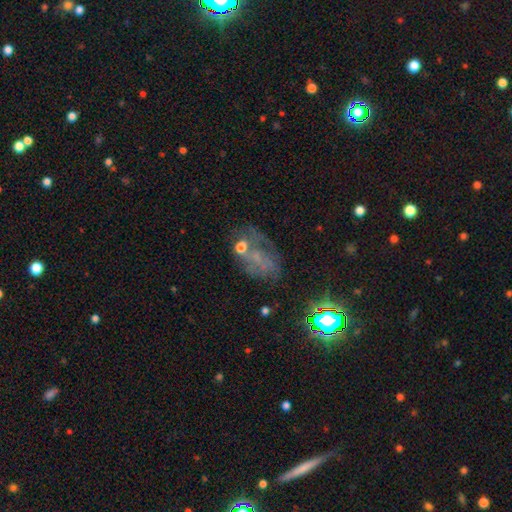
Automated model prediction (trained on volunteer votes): Smooth or featured?
  - featured or disk: 40% *
  - star or artifact: 36%
  - smooth: 24%
Merging?
  - none: 46% *
  - major disturbance: 21%
  - minor disturbance: 19%
  - merger: 14%